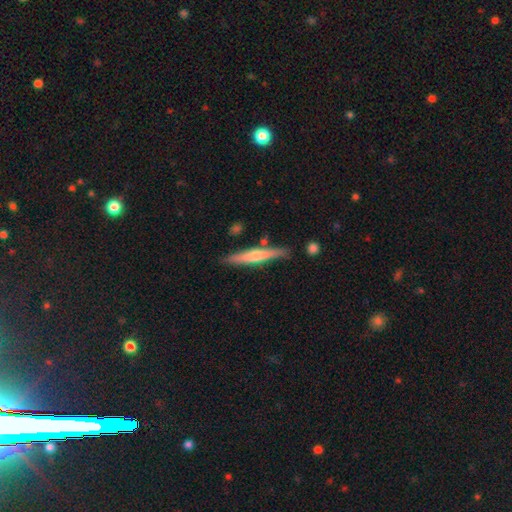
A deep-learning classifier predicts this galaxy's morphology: featured or disk 49%, smooth 46%, star or artifact 5%. Down the decision tree: merging — none (82%).